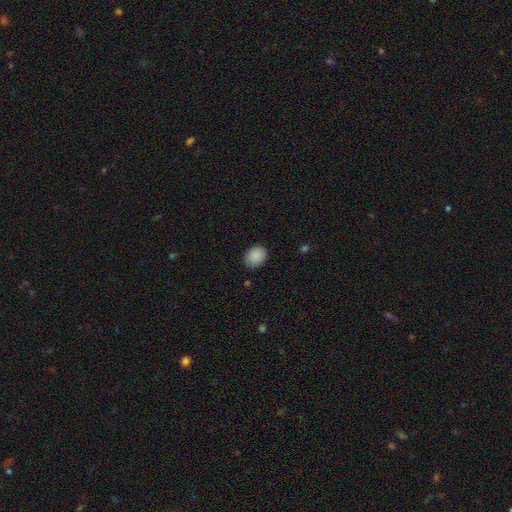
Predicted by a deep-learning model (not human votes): A smooth galaxy with no disk features (89%) that is in between round and cigar-shaped (50%).

Vote fractions:
- Smooth or featured? smooth: 89% / star or artifact: 8% / featured or disk: 4%
- How rounded? in between: 50% / round: 49% / cigar-shaped: 1%
- Merging? none: 80% / minor disturbance: 16% / major disturbance: 3% / merger: 1%